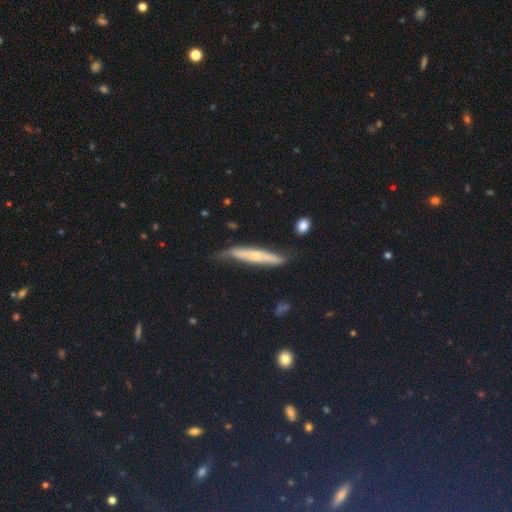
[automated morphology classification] type=featured or disk (54%); edge-on=yes (75%); merging=none (54%).